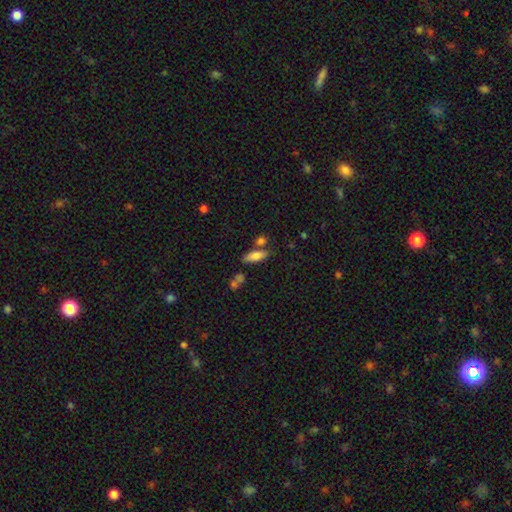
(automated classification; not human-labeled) smooth 77%, featured or disk 15%, star or artifact 8%. Down the decision tree: how rounded — in between (61%); merging — none (65%).